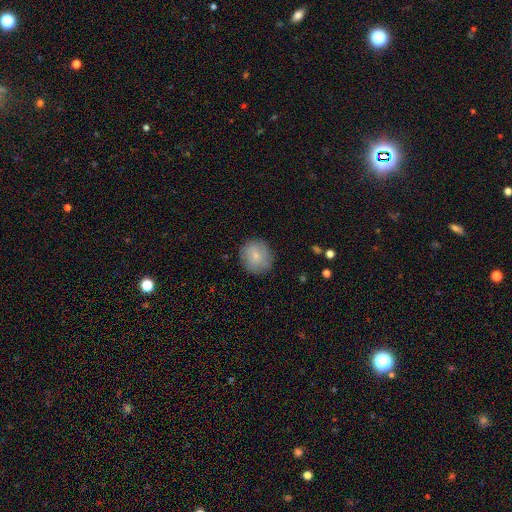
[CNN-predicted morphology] type=smooth (68%); roundness=round (88%); merging=none (83%).